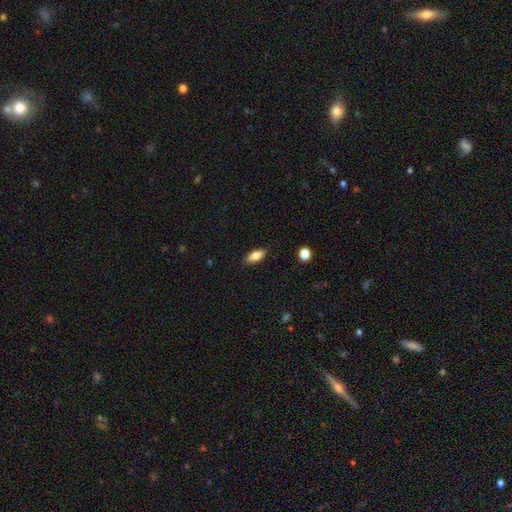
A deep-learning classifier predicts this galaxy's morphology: type=smooth (76%); roundness=in between (82%); merging=none (86%).